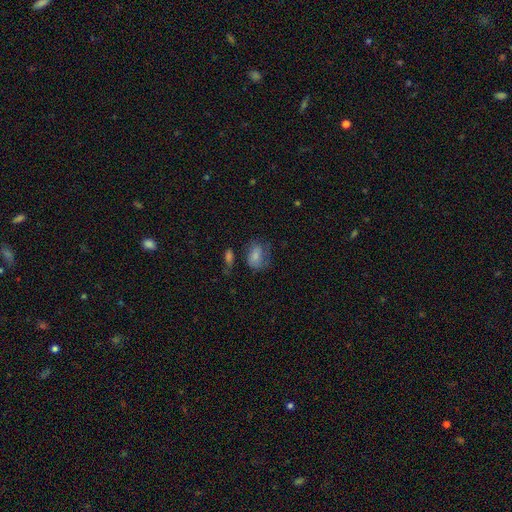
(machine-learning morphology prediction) Smooth or featured? Predicted: smooth (p=0.72). How rounded? Predicted: in between (p=0.75). Merging? Predicted: none (p=0.44).